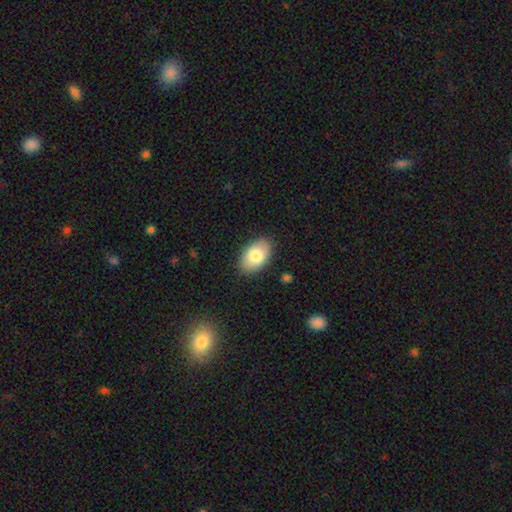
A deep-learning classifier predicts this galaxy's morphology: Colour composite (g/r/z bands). It shows a smooth galaxy with no disk features (82%) that is in between round and cigar-shaped (93%). Merging: none (86%).